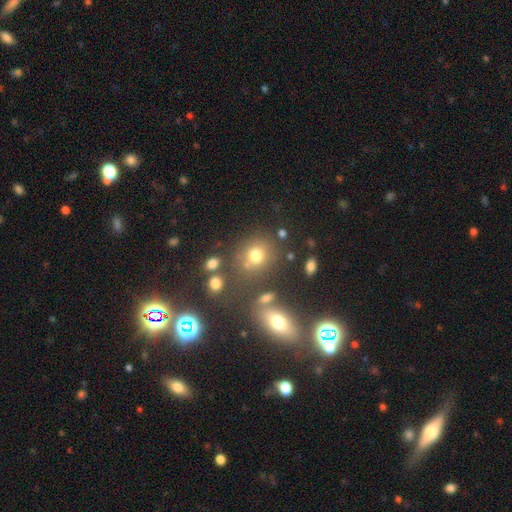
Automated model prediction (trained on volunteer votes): Smooth or featured: smooth — 72% (star or artifact — 17%)
How rounded: round — 73% (in between — 25%)
Merging: none — 62% (merger — 18%)